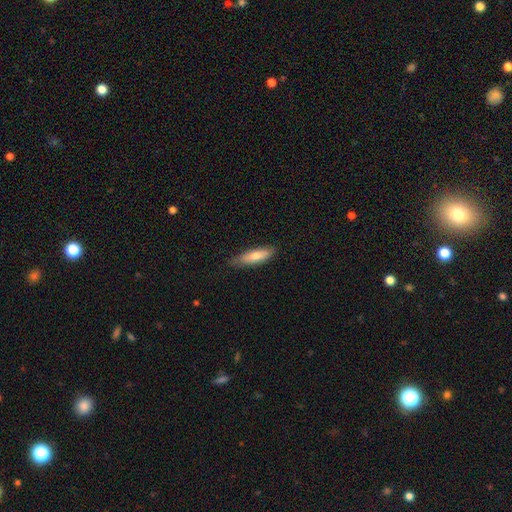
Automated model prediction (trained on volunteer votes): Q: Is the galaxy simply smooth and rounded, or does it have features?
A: smooth — 71%.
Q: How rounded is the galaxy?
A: cigar-shaped — 68%.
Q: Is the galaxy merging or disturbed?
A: none — 80%.